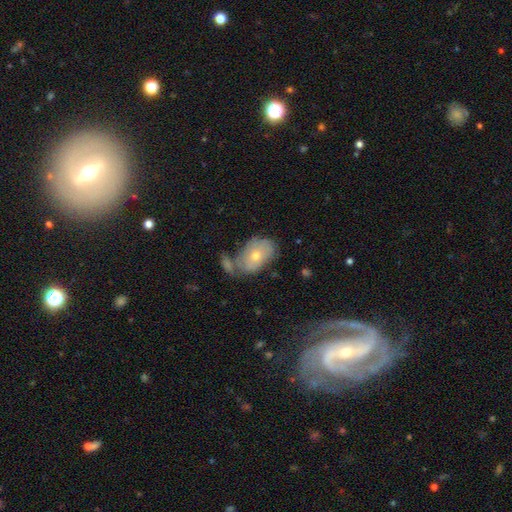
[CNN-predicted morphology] Q: Smooth or featured?
A: smooth (48%); runner-up: featured or disk (42%)
Q: Merging?
A: none (46%); runner-up: minor disturbance (22%)